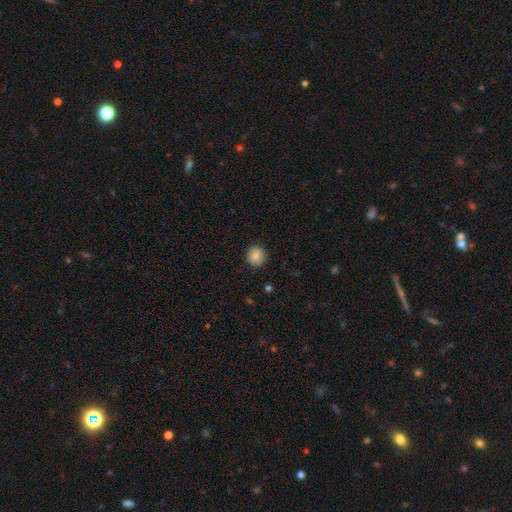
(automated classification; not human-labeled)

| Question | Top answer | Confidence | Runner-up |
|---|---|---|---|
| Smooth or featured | smooth | 85% | star or artifact (9%) |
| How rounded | round | 93% | in between (6%) |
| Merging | none | 91% | minor disturbance (6%) |